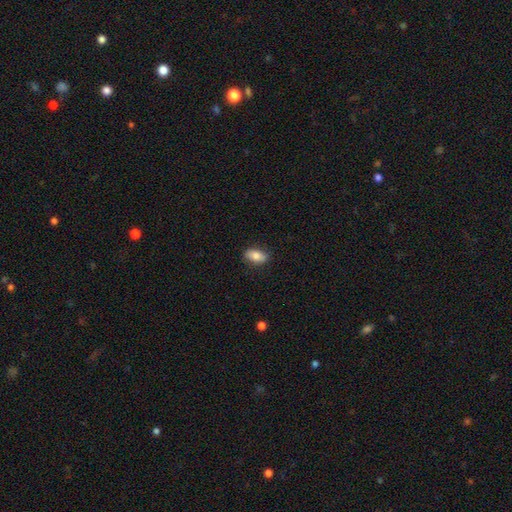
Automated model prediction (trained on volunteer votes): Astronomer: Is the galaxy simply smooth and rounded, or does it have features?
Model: smooth — 80%.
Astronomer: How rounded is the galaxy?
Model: in between — 89%.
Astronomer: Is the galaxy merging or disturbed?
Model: none — 85%.